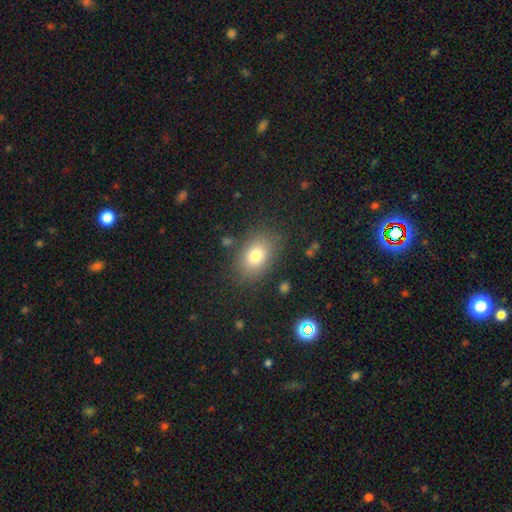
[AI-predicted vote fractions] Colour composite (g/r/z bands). It shows a smooth galaxy with no disk features (79%) that is in between round and cigar-shaped (77%). Merging: none (81%).